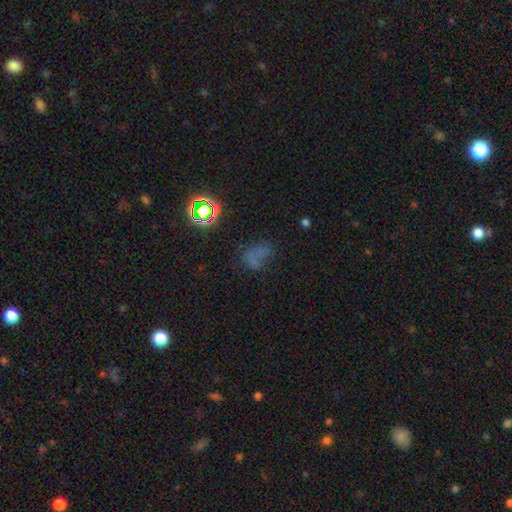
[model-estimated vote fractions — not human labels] Q: Smooth or featured?
A: smooth (43%); runner-up: star or artifact (37%)
Q: Merging?
A: none (46%); runner-up: major disturbance (22%)